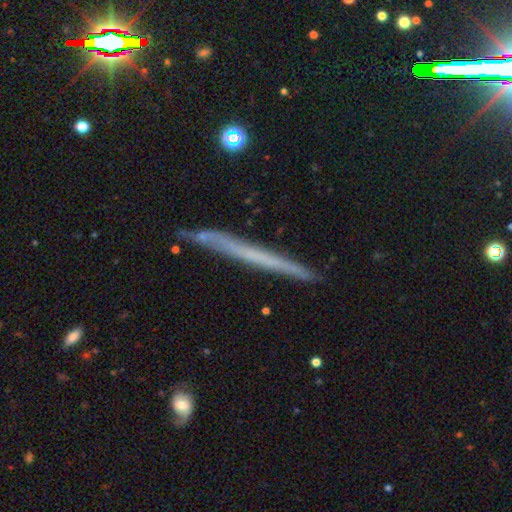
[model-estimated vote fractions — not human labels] Smooth or featured? featured or disk (52%)
Edge-on disk? yes (95%)
Merging? none (86%)